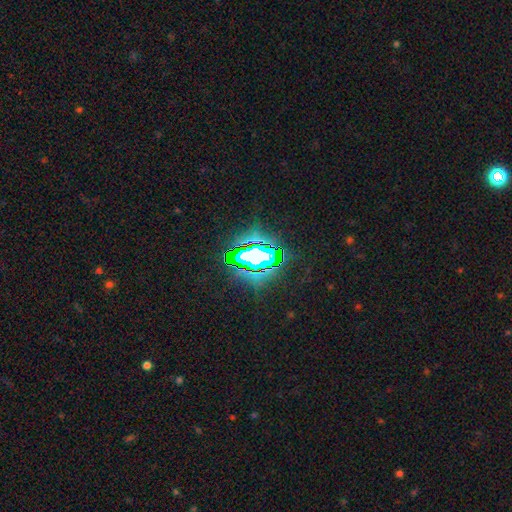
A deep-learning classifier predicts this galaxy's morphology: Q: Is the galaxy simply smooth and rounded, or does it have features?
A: star or artifact — 71%.